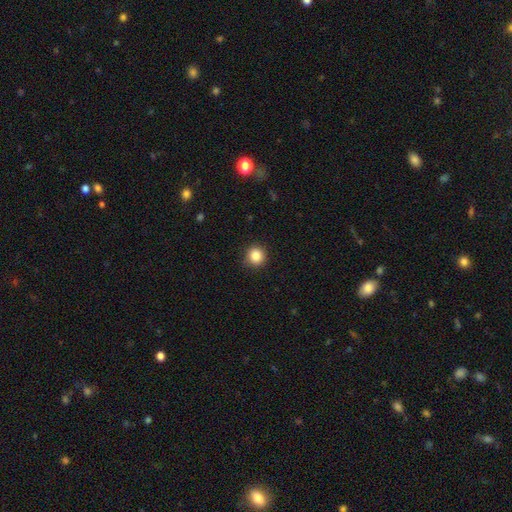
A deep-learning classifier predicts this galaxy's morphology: smooth 85%, star or artifact 10%, featured or disk 4%. Down the decision tree: how rounded — round (91%); merging — none (89%).